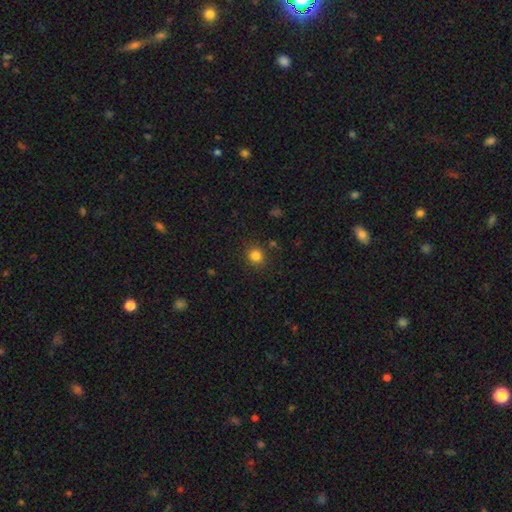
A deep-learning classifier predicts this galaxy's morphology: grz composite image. It shows a smooth galaxy with no disk features (82%) that is round (88%). Merging: none (89%).